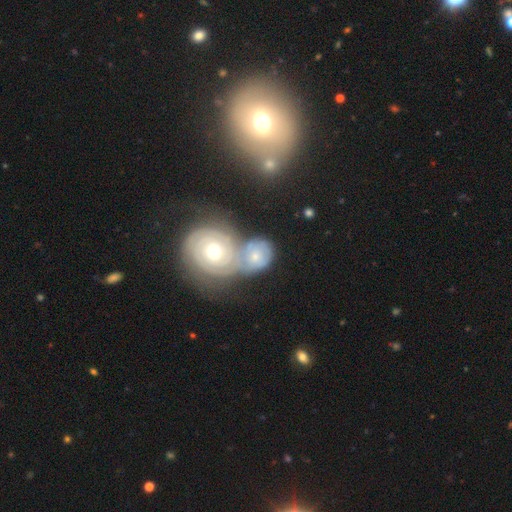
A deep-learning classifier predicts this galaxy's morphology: featured or disk 65%, smooth 28%, star or artifact 7%. Down the decision tree: edge-on disk — no (97%); bar — no (78%); spiral arms — yes (84%); spiral arm count — can't tell (36%); spiral winding — tight (76%); bulge size — moderate (56%); merging — merger (66%).